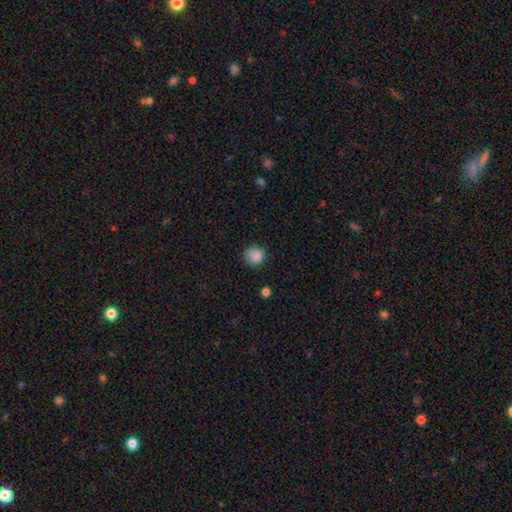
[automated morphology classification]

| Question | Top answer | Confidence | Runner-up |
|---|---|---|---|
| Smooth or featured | smooth | 87% | star or artifact (10%) |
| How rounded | round | 90% | in between (9%) |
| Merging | none | 82% | minor disturbance (14%) |